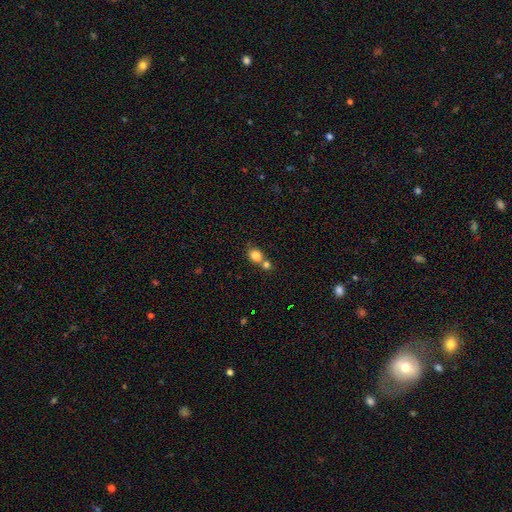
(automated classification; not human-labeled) Smooth or featured? Predicted: smooth (p=0.82). How rounded? Predicted: round (p=0.61). Merging? Predicted: merger (p=0.45).